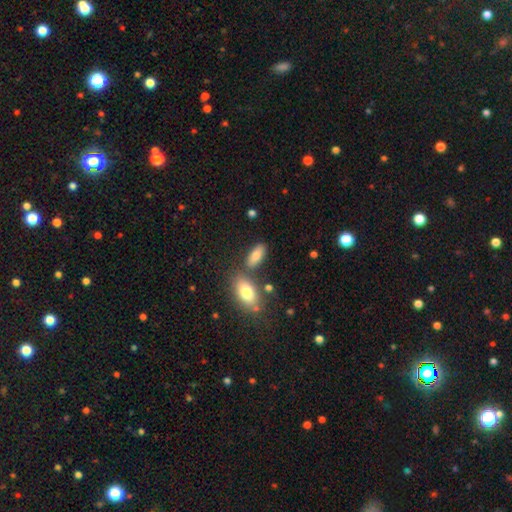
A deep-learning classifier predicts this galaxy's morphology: Smooth or featured?
  - smooth: 82% *
  - featured or disk: 11%
  - star or artifact: 7%
How rounded?
  - in between: 83% *
  - cigar-shaped: 14%
  - round: 3%
Merging?
  - none: 71% *
  - minor disturbance: 12%
  - merger: 12%
  - major disturbance: 4%